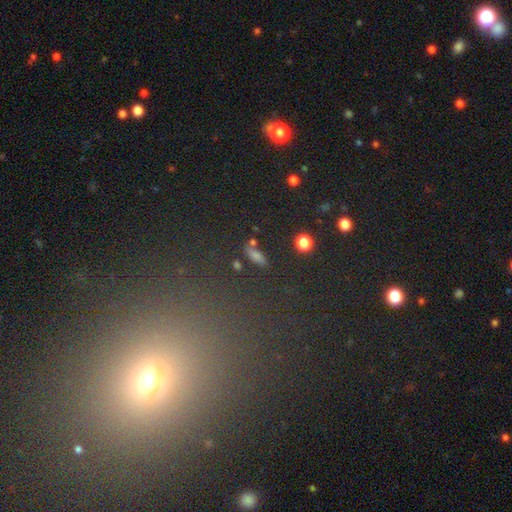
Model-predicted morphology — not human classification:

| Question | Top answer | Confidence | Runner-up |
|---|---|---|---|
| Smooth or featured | star or artifact | 53% | smooth (36%) |